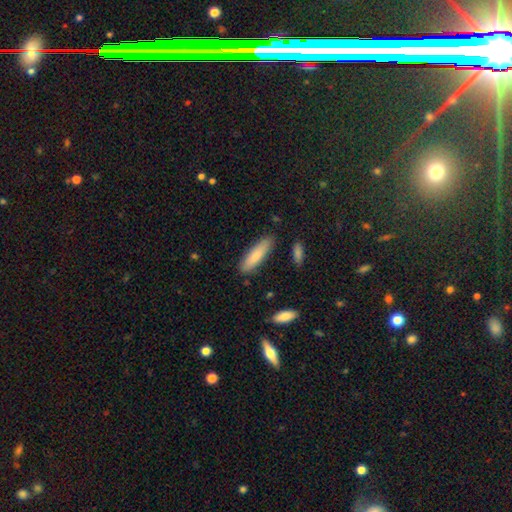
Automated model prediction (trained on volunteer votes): This appears to be a smooth galaxy with no disk features (79%) that is cigar-shaped (63%). Merging: none (85%).